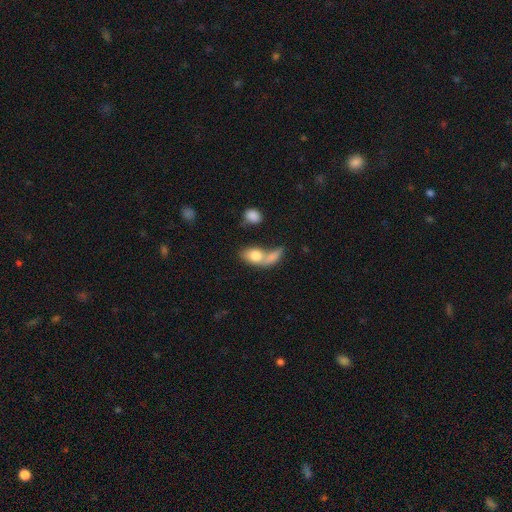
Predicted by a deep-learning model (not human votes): Q: Smooth or featured?
A: smooth (77%); runner-up: featured or disk (16%)
Q: How rounded?
A: in between (80%); runner-up: round (15%)
Q: Merging?
A: merger (58%); runner-up: none (24%)